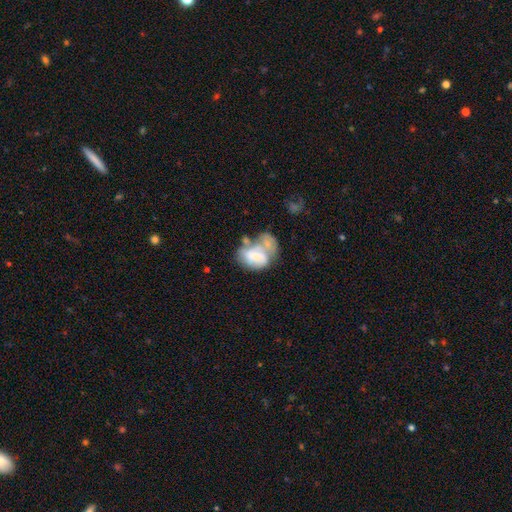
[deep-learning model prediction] A smooth galaxy with no disk features (47%). Merging: merger (41%).